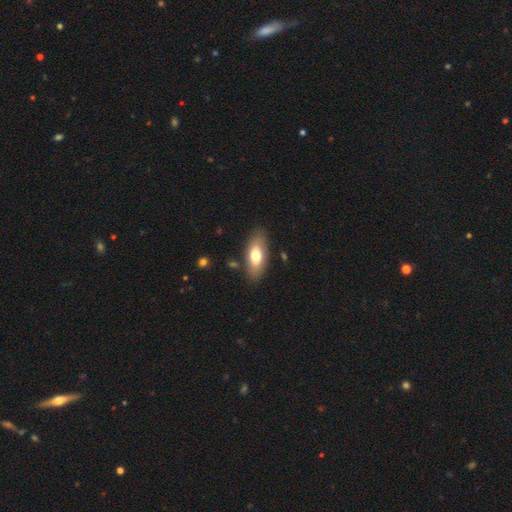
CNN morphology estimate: smooth-or-featured: smooth: 67% | featured or disk: 27% | star or artifact: 6%
  how-rounded: in between: 81% | cigar-shaped: 16% | round: 3%
  merging: none: 83% | minor disturbance: 12% | major disturbance: 3% | merger: 2%